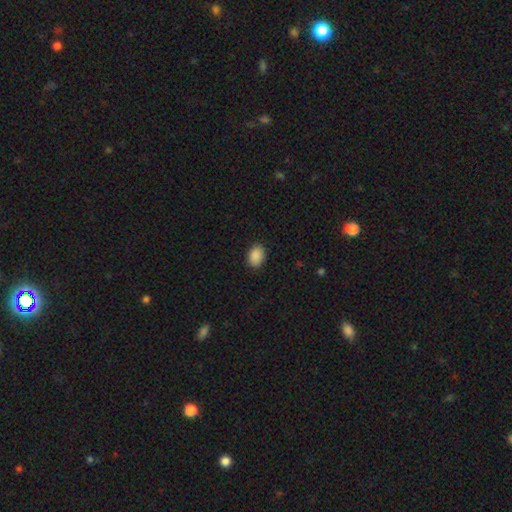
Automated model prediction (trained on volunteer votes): smooth-or-featured: smooth: 90% | star or artifact: 8% | featured or disk: 3%
  how-rounded: in between: 75% | round: 24% | cigar-shaped: 1%
  merging: none: 89% | minor disturbance: 8% | major disturbance: 2% | merger: 1%